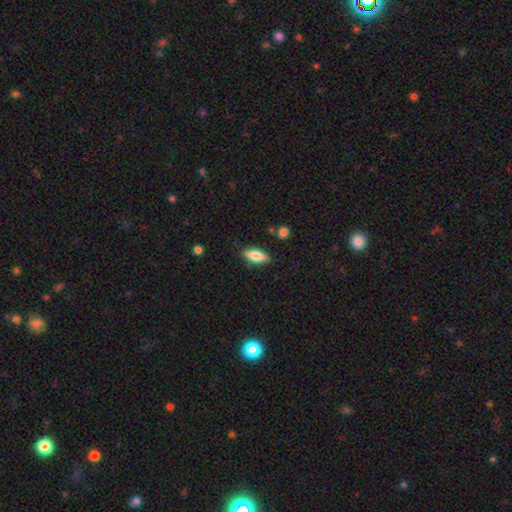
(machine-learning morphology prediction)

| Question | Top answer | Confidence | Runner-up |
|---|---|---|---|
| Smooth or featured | smooth | 73% | featured or disk (21%) |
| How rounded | in between | 72% | cigar-shaped (26%) |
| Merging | none | 83% | minor disturbance (12%) |